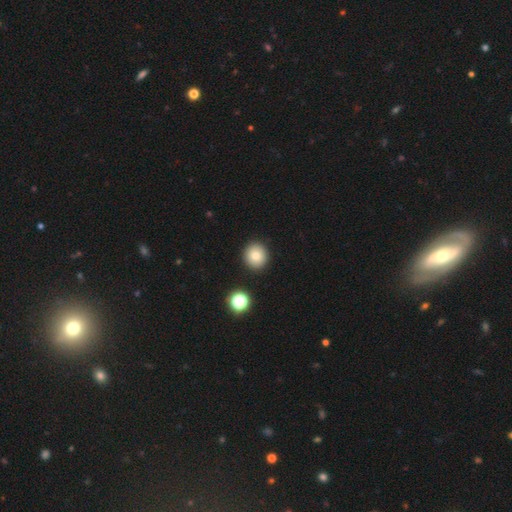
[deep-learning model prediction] smooth_or_featured: smooth (p=0.80) [alt: star or artifact p=0.11]
how_rounded: round (p=0.87) [alt: in between p=0.12]
merging: none (p=0.90) [alt: minor disturbance p=0.06]